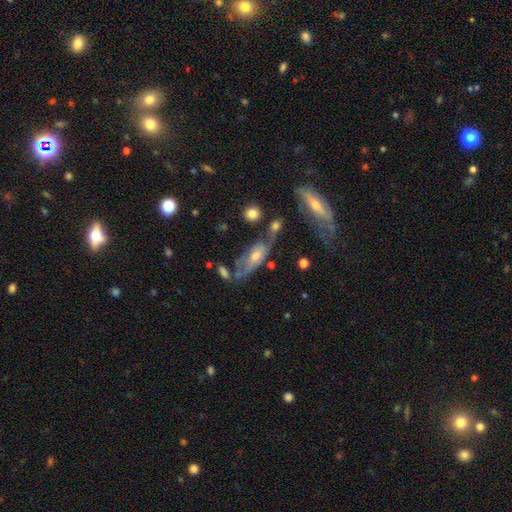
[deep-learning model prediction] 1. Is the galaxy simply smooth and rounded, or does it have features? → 59% featured or disk, 31% smooth, 9% star or artifact.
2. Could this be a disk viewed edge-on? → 67% no, 33% yes.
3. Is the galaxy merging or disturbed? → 36% none, 24% minor disturbance, 20% major disturbance, 19% merger.